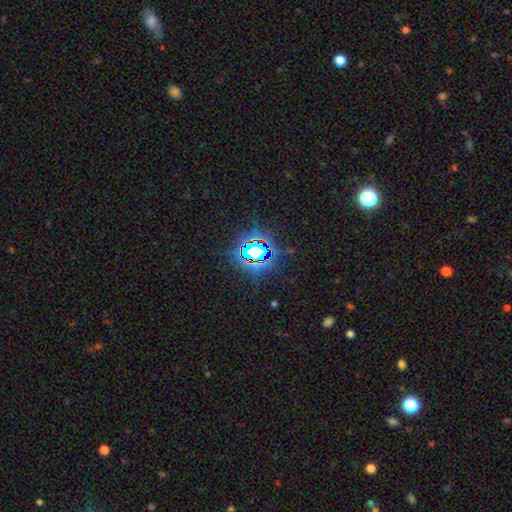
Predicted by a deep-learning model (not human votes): Smooth or featured? star or artifact (80%)